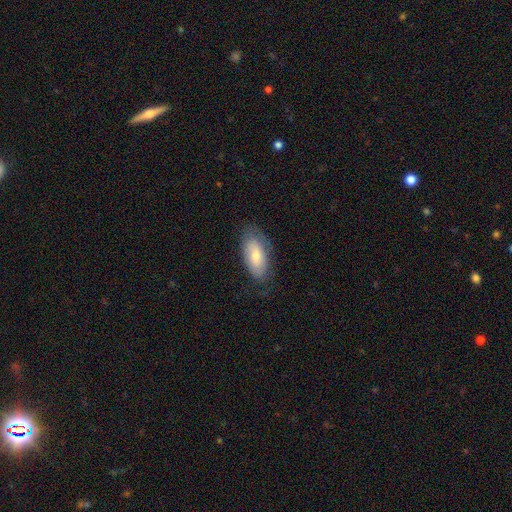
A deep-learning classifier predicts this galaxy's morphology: Smooth or featured: smooth — 67% (featured or disk — 27%)
How rounded: in between — 91% (cigar-shaped — 6%)
Merging: none — 71% (minor disturbance — 21%)